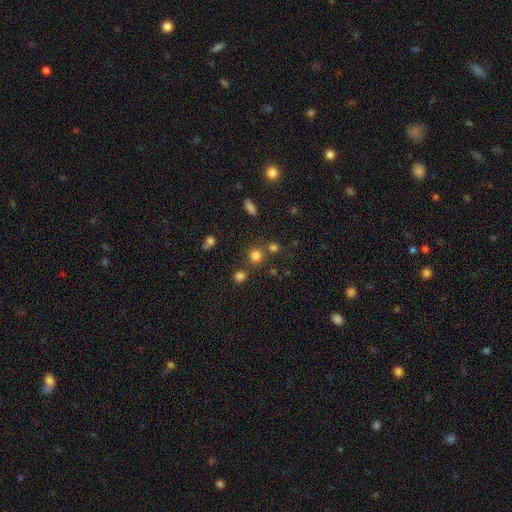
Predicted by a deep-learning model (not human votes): Smooth or featured? Predicted: smooth (p=0.78). How rounded? Predicted: round (p=0.88). Merging? Predicted: none (p=0.72).